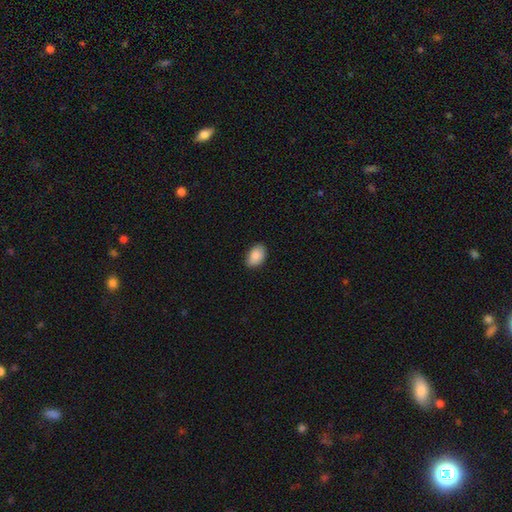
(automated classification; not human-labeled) Smooth or featured?
  - smooth: 88% *
  - star or artifact: 7%
  - featured or disk: 5%
How rounded?
  - in between: 88% *
  - round: 10%
  - cigar-shaped: 1%
Merging?
  - none: 84% *
  - minor disturbance: 13%
  - major disturbance: 2%
  - merger: 1%